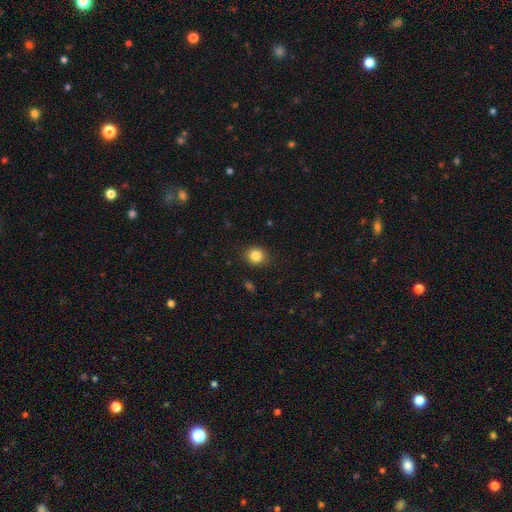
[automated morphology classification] smooth 85%, star or artifact 10%, featured or disk 5%. Down the decision tree: how rounded — round (76%); merging — none (89%).